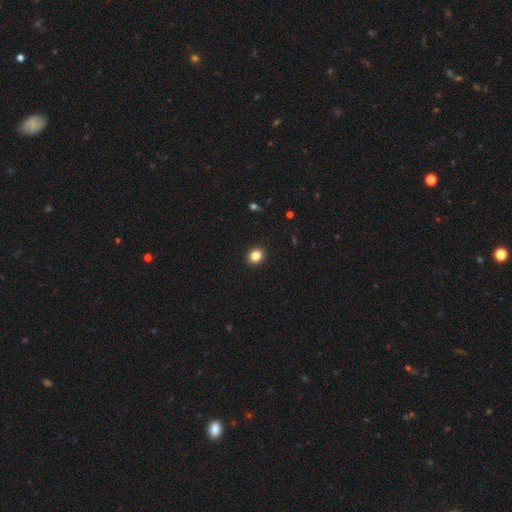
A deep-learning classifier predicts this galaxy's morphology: type=smooth (84%); roundness=round (74%); merging=none (93%).